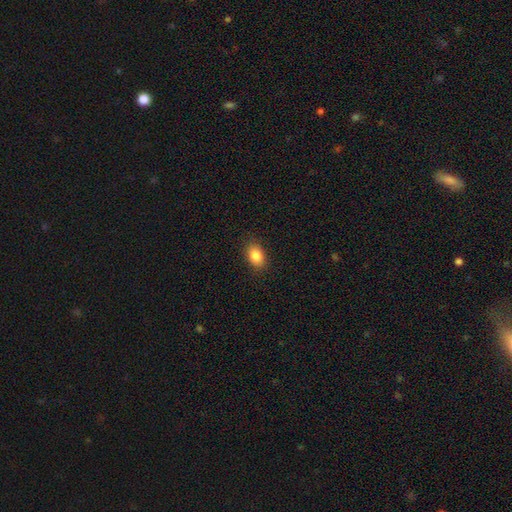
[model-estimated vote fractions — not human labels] Smooth or featured?
  - smooth: 86% *
  - star or artifact: 9%
  - featured or disk: 5%
How rounded?
  - in between: 82% *
  - round: 17%
  - cigar-shaped: 2%
Merging?
  - none: 87% *
  - minor disturbance: 10%
  - major disturbance: 3%
  - merger: 1%